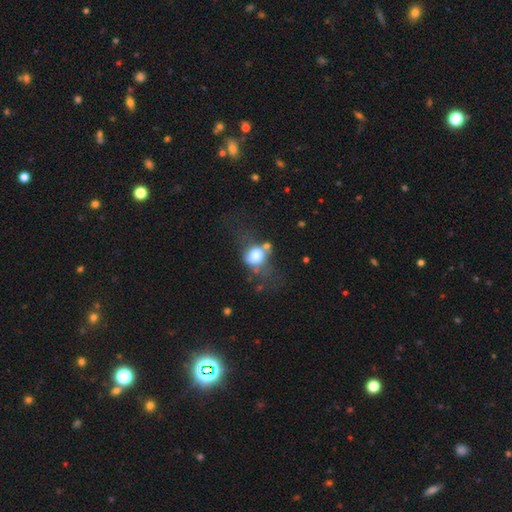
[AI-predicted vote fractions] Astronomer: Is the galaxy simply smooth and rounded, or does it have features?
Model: smooth — 66%.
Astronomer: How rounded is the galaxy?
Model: in between — 52% (runner-up: round, 47%).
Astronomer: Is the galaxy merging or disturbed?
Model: none — 30% (runner-up: major disturbance, 28%).